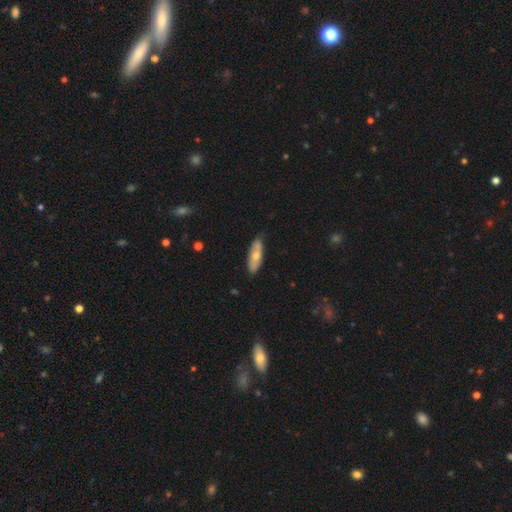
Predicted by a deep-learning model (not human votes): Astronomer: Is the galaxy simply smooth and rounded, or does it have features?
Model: smooth — 58% (runner-up: featured or disk, 37%).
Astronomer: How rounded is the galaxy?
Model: in between — 69%.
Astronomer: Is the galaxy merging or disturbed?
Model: none — 78%.